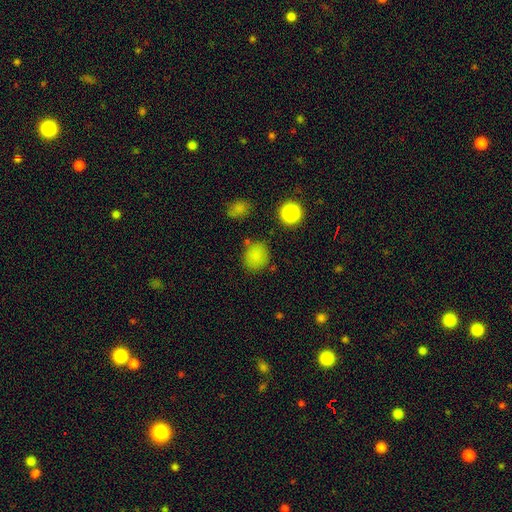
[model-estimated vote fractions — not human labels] Q: Smooth or featured?
A: smooth (81%); runner-up: star or artifact (13%)
Q: How rounded?
A: round (78%); runner-up: in between (21%)
Q: Merging?
A: none (78%); runner-up: minor disturbance (12%)